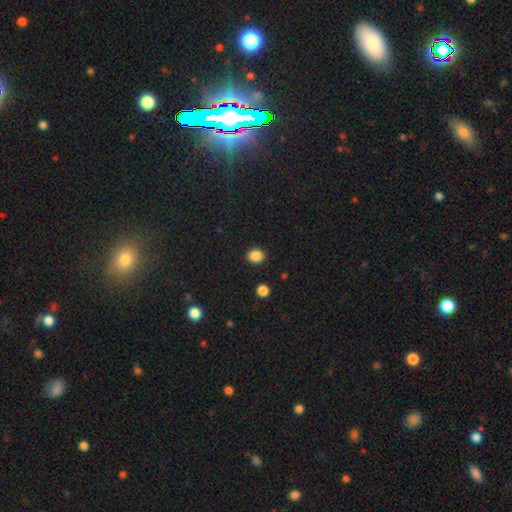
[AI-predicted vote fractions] The model was most divided on "how rounded": round: 59%, in between: 40%, cigar-shaped: 1%. More confident: merging — none (89%); smooth or featured — smooth (87%).